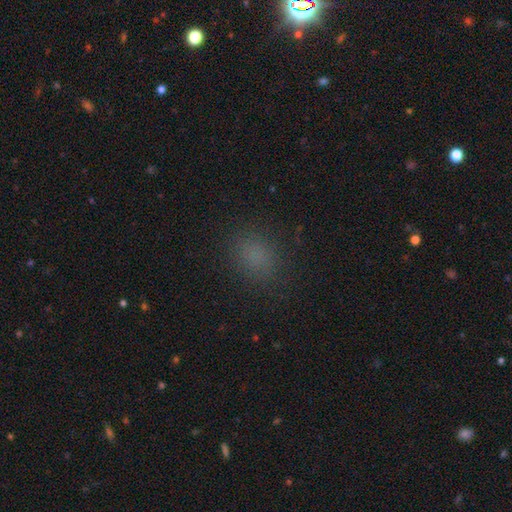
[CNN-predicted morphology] This appears to be a smooth galaxy with no disk features (77%) that is round (58%). Merging: none (84%).